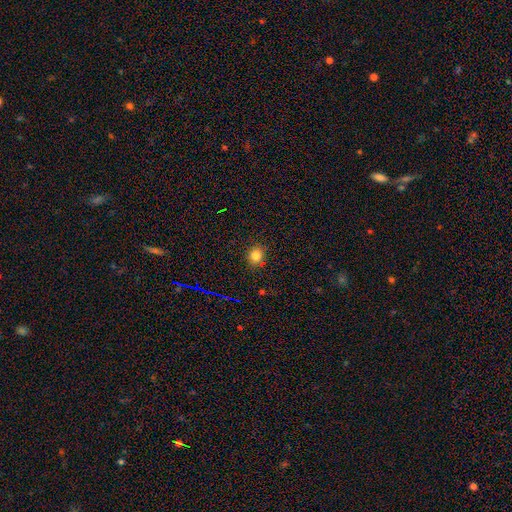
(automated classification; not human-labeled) This is likely a smooth galaxy (79%). How rounded: likely round (76%). Merging: clearly none (83%).